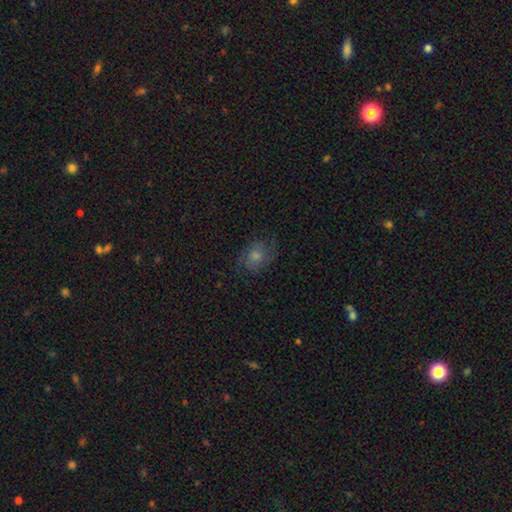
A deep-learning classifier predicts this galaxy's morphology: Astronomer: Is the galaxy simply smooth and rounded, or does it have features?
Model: featured or disk — 44% (runner-up: smooth, 38%).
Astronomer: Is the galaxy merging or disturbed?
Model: none — 72%.